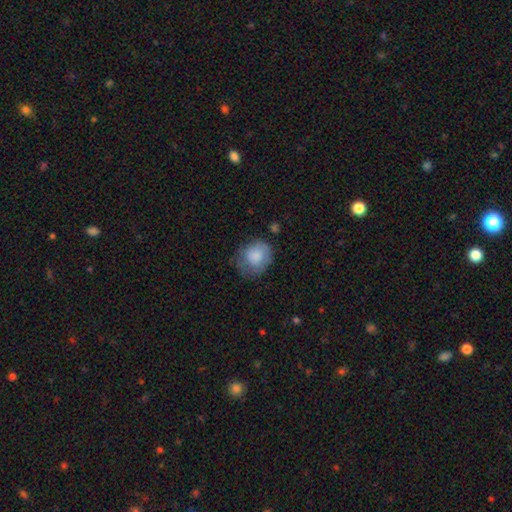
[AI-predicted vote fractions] This appears to be a smooth galaxy with no disk features (78%) that is round (70%). Merging: none (52%).